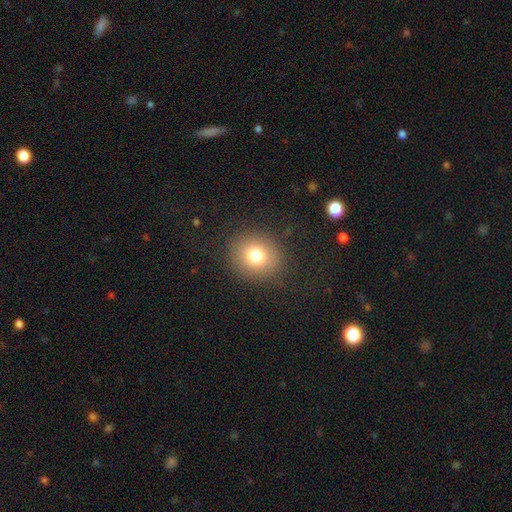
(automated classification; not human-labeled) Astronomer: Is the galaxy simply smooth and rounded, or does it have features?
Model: smooth — 76%.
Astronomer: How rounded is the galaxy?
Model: round — 77%.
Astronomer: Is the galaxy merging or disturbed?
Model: none — 86%.